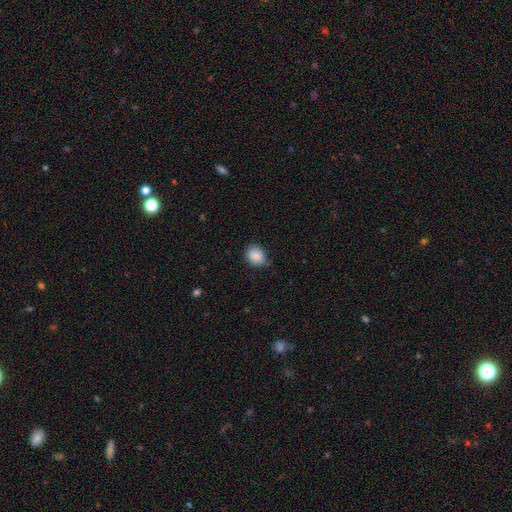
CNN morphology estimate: Smooth or featured? smooth (88%)
How rounded? in between (52%)
Merging? none (72%)